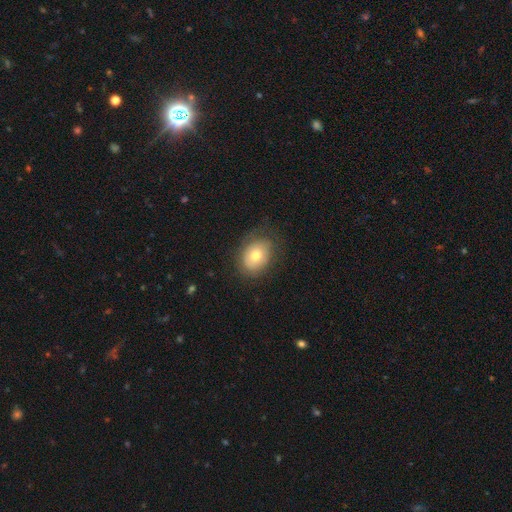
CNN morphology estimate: smooth 67%, featured or disk 24%, star or artifact 9%. Down the decision tree: how rounded — in between (63%); merging — none (72%).